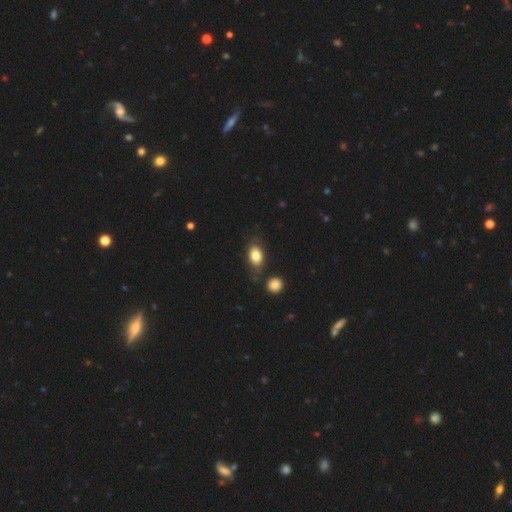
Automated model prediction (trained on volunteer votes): Smooth or featured: smooth — 79% (featured or disk — 13%)
How rounded: in between — 85% (round — 13%)
Merging: none — 68% (minor disturbance — 18%)